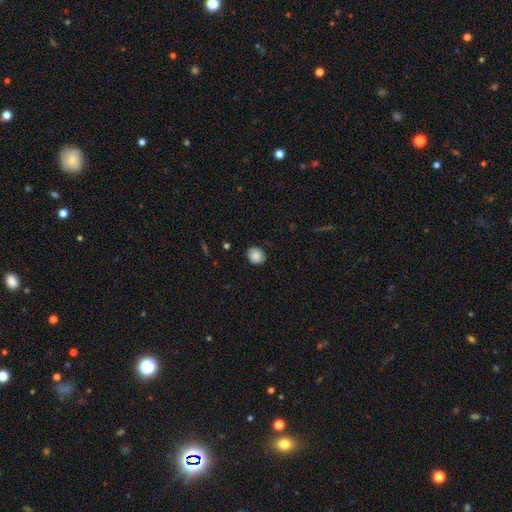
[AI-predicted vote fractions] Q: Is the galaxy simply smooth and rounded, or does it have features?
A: smooth — 85%.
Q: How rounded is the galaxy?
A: round — 71%.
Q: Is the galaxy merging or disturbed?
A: none — 86%.